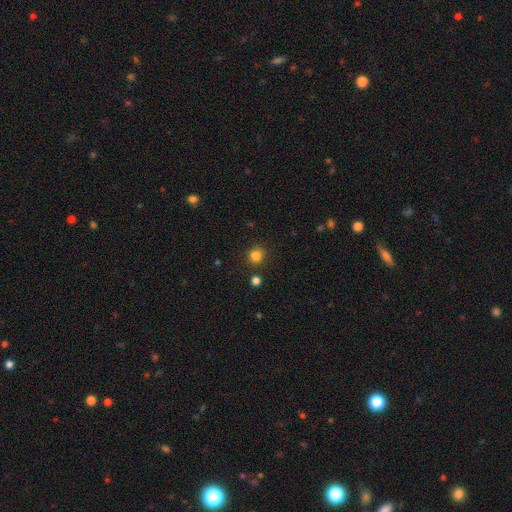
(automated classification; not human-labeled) Smooth or featured? Predicted: smooth (p=0.82). How rounded? Predicted: round (p=0.85). Merging? Predicted: none (p=0.82).